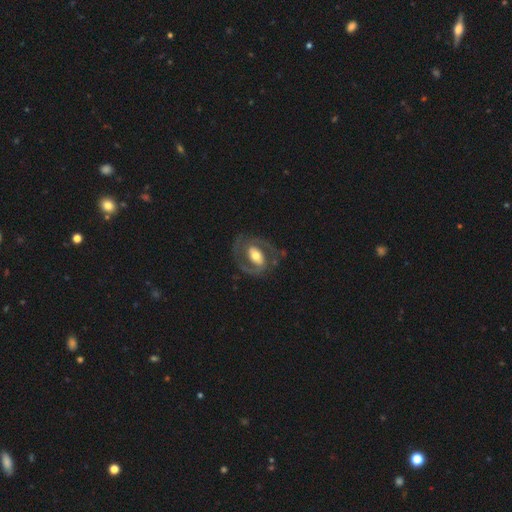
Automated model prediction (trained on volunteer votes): A featured or disk galaxy (83%) with a strong bar (37%), 2 (88%) medium (53%) spiral arms (90%) and a moderate central bulge (62%). Merging: none (73%).